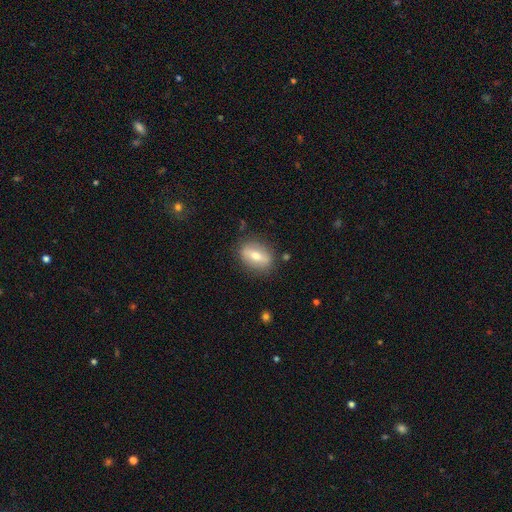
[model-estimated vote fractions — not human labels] Smooth or featured: smooth — 56% (featured or disk — 37%)
How rounded: in between — 75% (round — 19%)
Merging: none — 81% (minor disturbance — 13%)